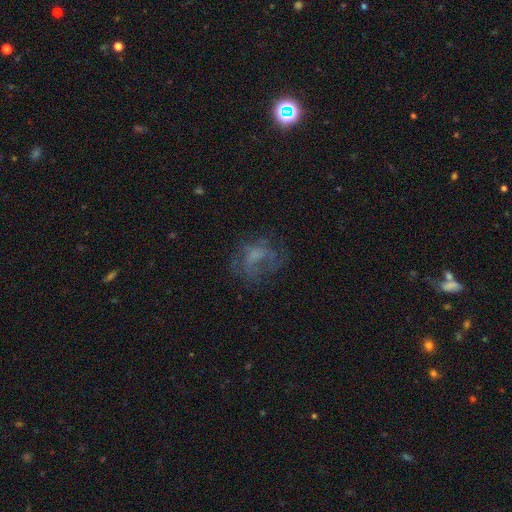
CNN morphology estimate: smooth_or_featured: featured or disk (p=0.48) [alt: smooth p=0.34]
merging: none (p=0.49) [alt: major disturbance p=0.30]